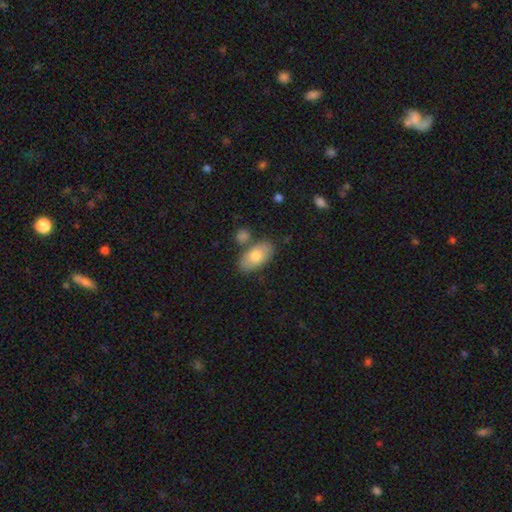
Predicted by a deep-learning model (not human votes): A smooth galaxy with no disk features (74%) that is in between round and cigar-shaped (93%). Merging: none (75%).